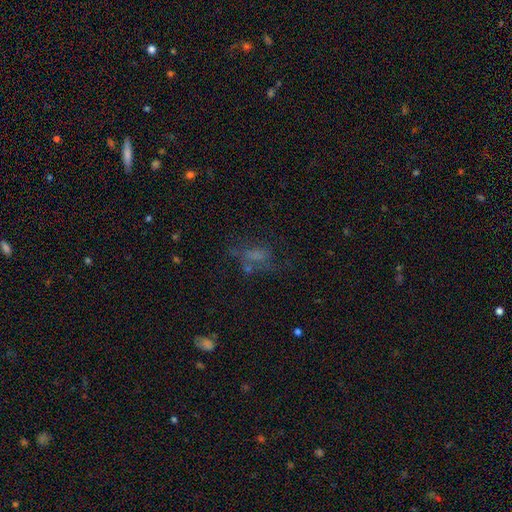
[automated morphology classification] A smooth galaxy with no disk features (46%).

Vote fractions:
- Smooth or featured? smooth: 46% / featured or disk: 28% / star or artifact: 25%
- Merging? none: 44% / major disturbance: 29% / minor disturbance: 20% / merger: 7%